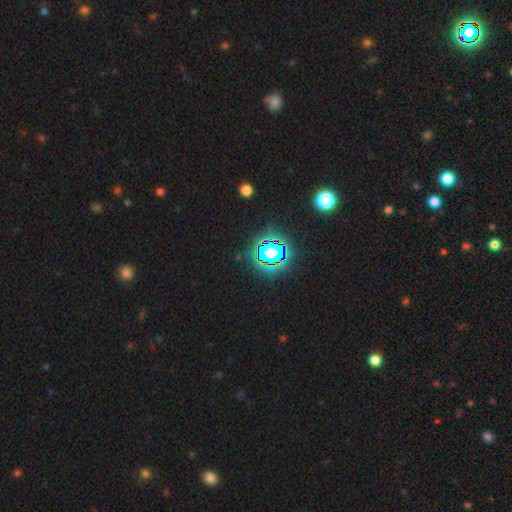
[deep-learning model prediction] Smooth or featured: star or artifact — 80% (smooth — 13%)